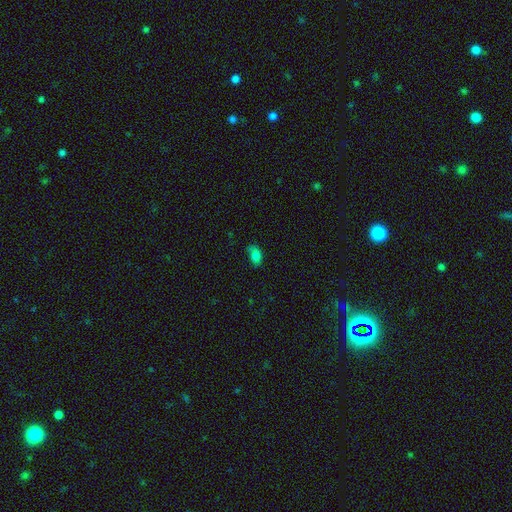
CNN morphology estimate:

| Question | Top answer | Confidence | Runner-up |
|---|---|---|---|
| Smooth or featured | smooth | 80% | star or artifact (10%) |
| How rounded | in between | 87% | round (10%) |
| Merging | none | 56% | minor disturbance (31%) |